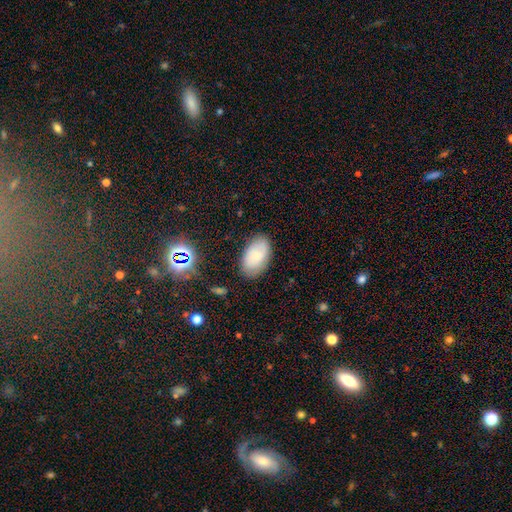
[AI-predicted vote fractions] Smooth or featured? smooth (73%)
How rounded? in between (92%)
Merging? none (81%)